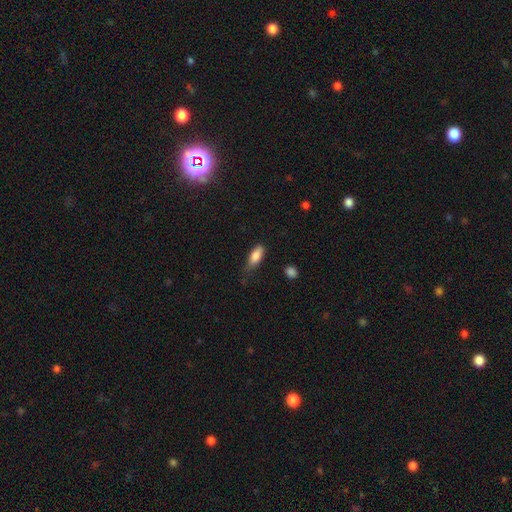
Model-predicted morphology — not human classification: A smooth galaxy with no disk features (84%) that is in between round and cigar-shaped (79%).

Vote fractions:
- Smooth or featured? smooth: 84% / featured or disk: 9% / star or artifact: 7%
- How rounded? in between: 79% / cigar-shaped: 19% / round: 3%
- Merging? none: 58% / minor disturbance: 33% / major disturbance: 8% / merger: 2%